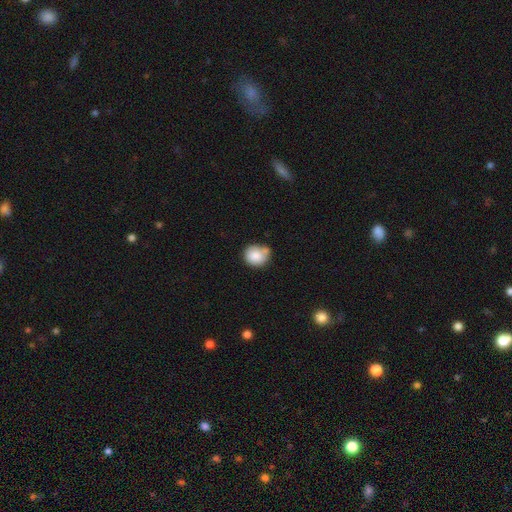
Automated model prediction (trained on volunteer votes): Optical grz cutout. It shows a smooth galaxy with no disk features (85%) that is round (79%). Merging: none (53%).